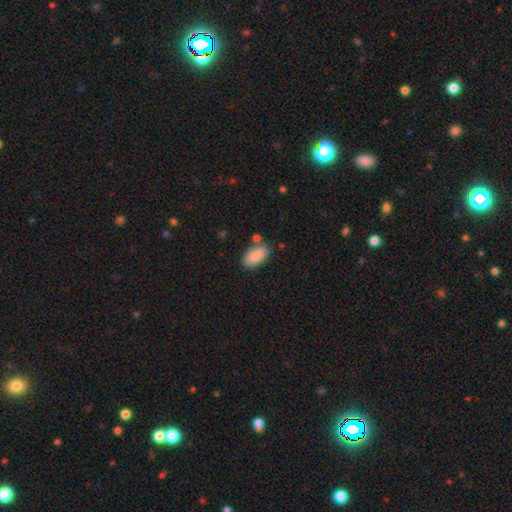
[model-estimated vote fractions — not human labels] A smooth galaxy with no disk features (88%) that is in between round and cigar-shaped (94%). Merging: none (75%).